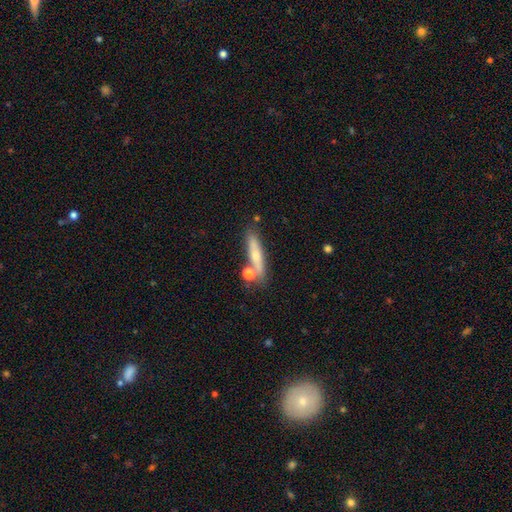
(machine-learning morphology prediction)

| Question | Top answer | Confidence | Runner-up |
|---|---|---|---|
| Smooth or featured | smooth | 55% | featured or disk (37%) |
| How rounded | cigar-shaped | 77% | in between (17%) |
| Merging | none | 68% | minor disturbance (14%) |